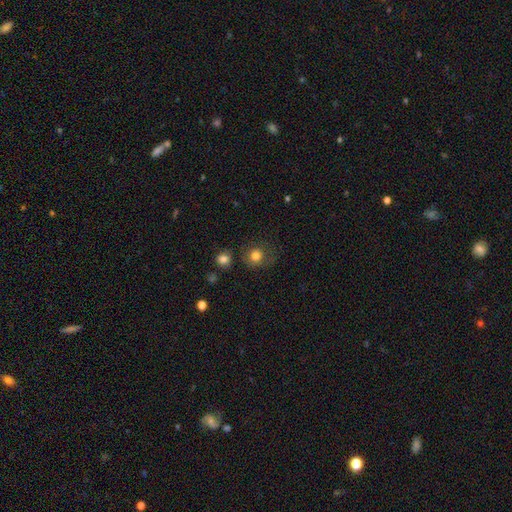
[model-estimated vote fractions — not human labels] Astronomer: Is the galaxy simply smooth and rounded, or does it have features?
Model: smooth — 81%.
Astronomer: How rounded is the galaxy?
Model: round — 85%.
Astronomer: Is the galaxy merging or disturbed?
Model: none — 67%.